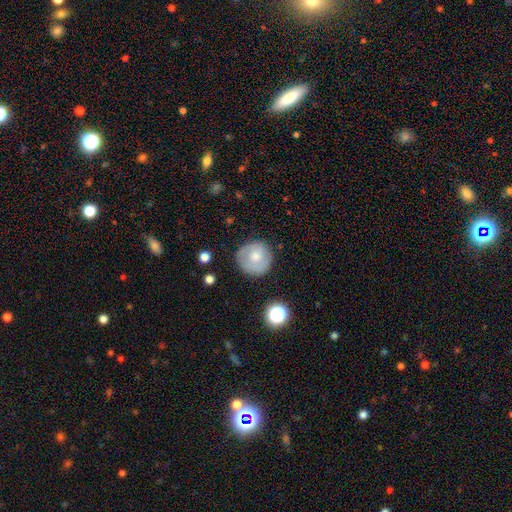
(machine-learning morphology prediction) smooth_or_featured: smooth (p=0.63) [alt: featured or disk p=0.29]
how_rounded: round (p=0.92) [alt: in between p=0.07]
merging: none (p=0.79) [alt: minor disturbance p=0.15]